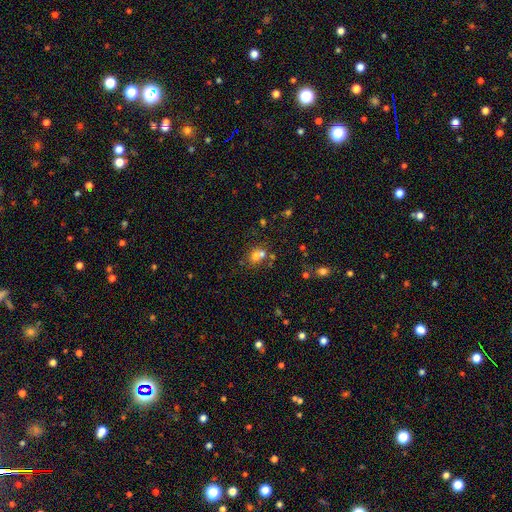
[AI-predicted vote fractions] Smooth or featured?
  - smooth: 63% *
  - star or artifact: 20%
  - featured or disk: 17%
How rounded?
  - round: 61% *
  - in between: 38%
  - cigar-shaped: 1%
Merging?
  - merger: 50% *
  - none: 37%
  - minor disturbance: 9%
  - major disturbance: 5%